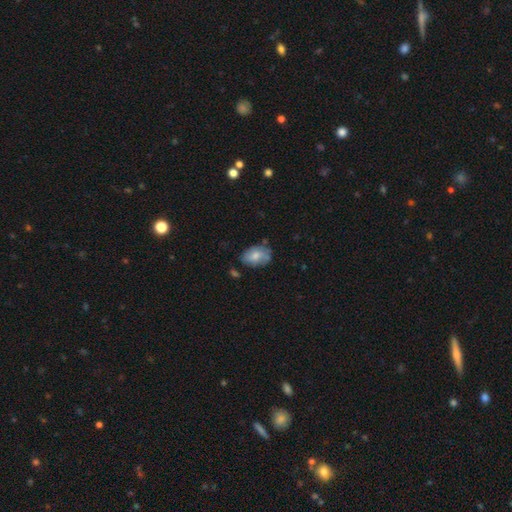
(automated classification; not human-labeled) A smooth galaxy with no disk features (70%) that is in between round and cigar-shaped (83%).

Vote fractions:
- Smooth or featured? smooth: 70% / featured or disk: 23% / star or artifact: 7%
- How rounded? in between: 83% / round: 16% / cigar-shaped: 1%
- Merging? none: 61% / minor disturbance: 27% / major disturbance: 6% / merger: 6%